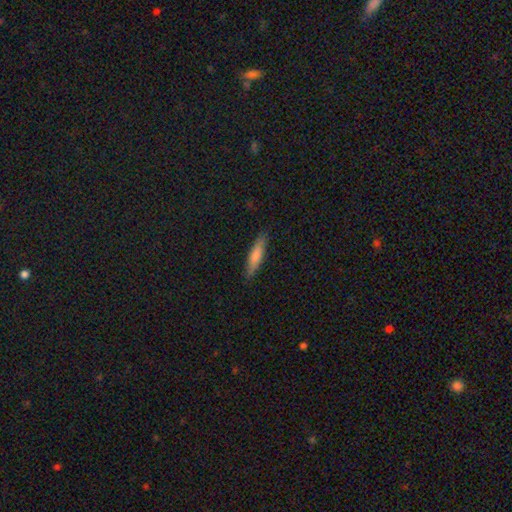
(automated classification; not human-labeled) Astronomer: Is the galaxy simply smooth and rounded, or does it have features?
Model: smooth — 77%.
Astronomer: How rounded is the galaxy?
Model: cigar-shaped — 77%.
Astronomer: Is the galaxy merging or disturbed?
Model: none — 86%.